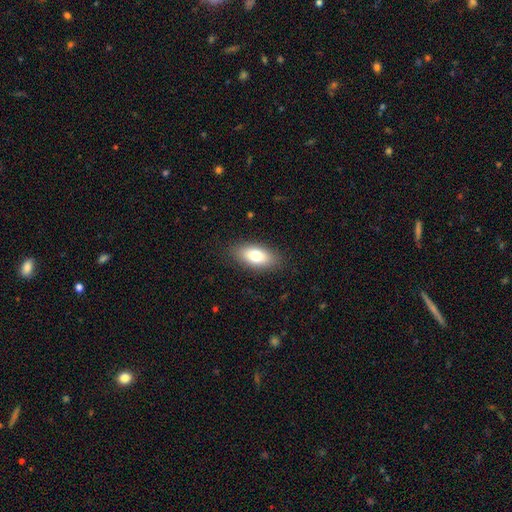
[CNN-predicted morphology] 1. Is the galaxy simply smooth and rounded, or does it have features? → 76% smooth, 16% featured or disk, 7% star or artifact.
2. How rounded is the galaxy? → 86% in between, 10% cigar-shaped, 4% round.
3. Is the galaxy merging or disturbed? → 87% none, 10% minor disturbance, 3% major disturbance, 1% merger.